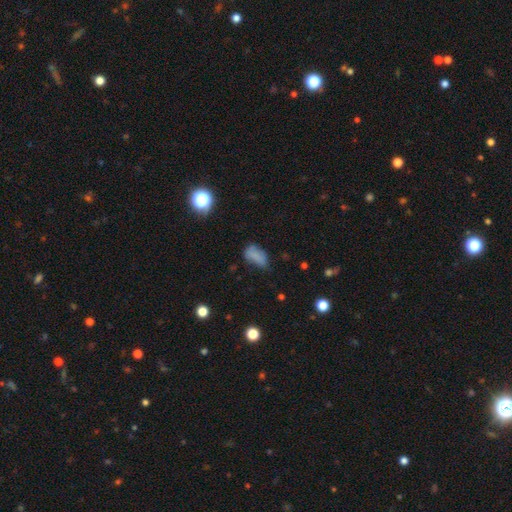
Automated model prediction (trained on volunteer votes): smooth_or_featured: smooth (p=0.74) [alt: star or artifact p=0.14]
how_rounded: in between (p=0.89) [alt: round p=0.06]
merging: none (p=0.45) [alt: minor disturbance p=0.35]